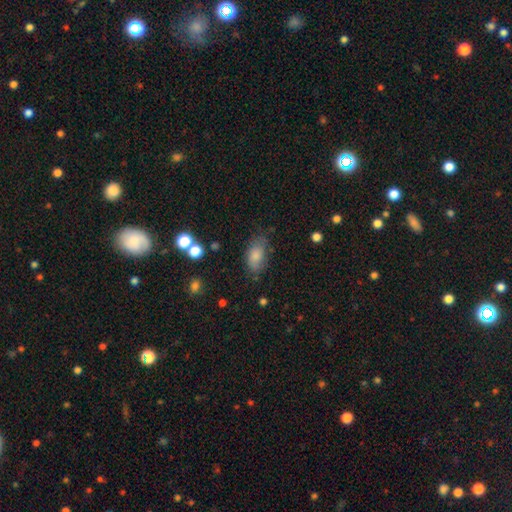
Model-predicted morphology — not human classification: A smooth galaxy with no disk features (81%) that is in between round and cigar-shaped (90%). Merging: none (68%).